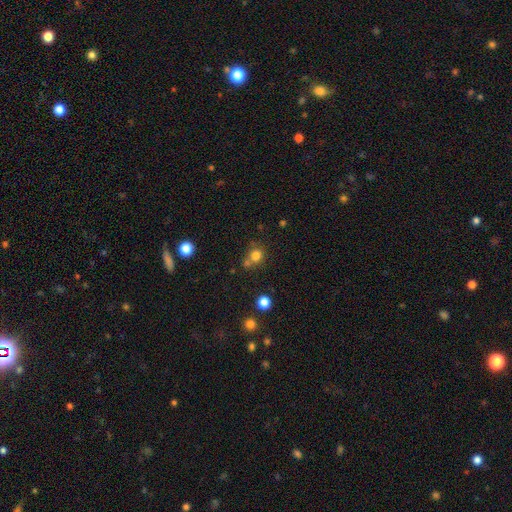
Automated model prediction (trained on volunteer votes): Q: Smooth or featured?
A: smooth (77%); runner-up: star or artifact (15%)
Q: How rounded?
A: round (81%); runner-up: in between (18%)
Q: Merging?
A: none (57%); runner-up: merger (26%)